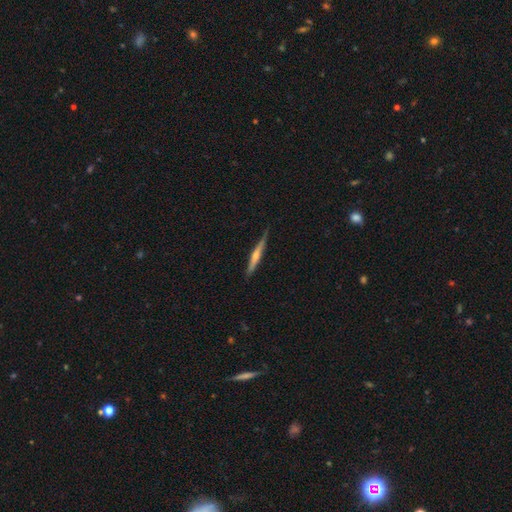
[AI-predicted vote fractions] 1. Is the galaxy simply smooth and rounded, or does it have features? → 59% featured or disk, 36% smooth, 6% star or artifact.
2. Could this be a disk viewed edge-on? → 97% yes, 3% no.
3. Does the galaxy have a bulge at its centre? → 71% rounded, 21% none, 8% boxy.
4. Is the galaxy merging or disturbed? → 79% none, 17% minor disturbance, 2% major disturbance, 1% merger.